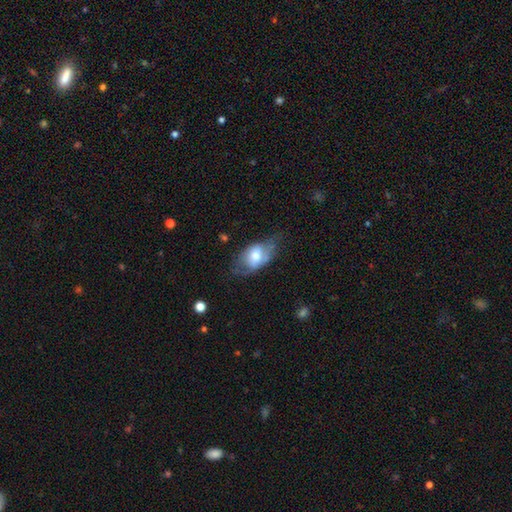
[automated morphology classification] Smooth or featured: smooth — 56% (featured or disk — 38%)
How rounded: in between — 88% (round — 9%)
Merging: none — 45% (minor disturbance — 32%)